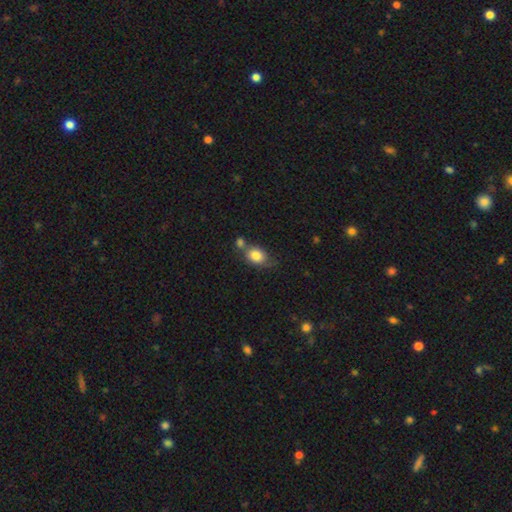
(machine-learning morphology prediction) This appears to be a smooth galaxy with no disk features (81%) that is in between round and cigar-shaped (58%). Merging: none (44%).